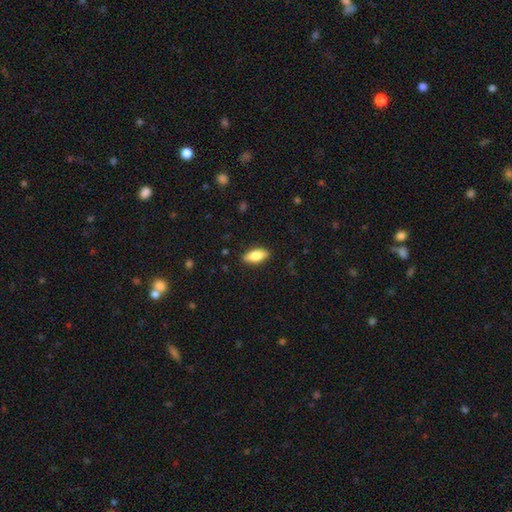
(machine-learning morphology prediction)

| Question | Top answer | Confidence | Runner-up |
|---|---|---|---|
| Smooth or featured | smooth | 75% | featured or disk (19%) |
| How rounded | in between | 80% | cigar-shaped (17%) |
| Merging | none | 88% | minor disturbance (9%) |